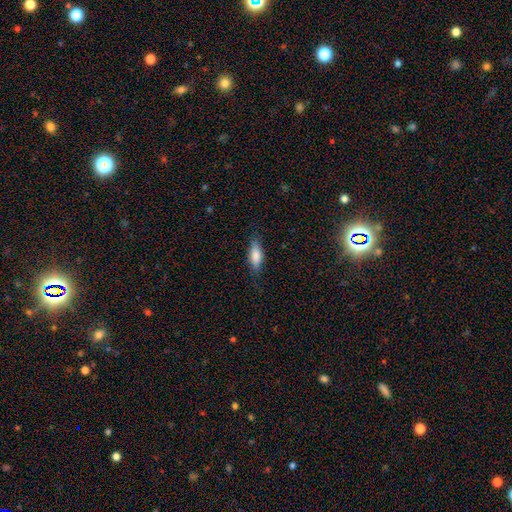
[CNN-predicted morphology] smooth_or_featured: smooth (p=0.78) [alt: featured or disk p=0.15]
how_rounded: in between (p=0.64) [alt: cigar-shaped p=0.33]
merging: none (p=0.80) [alt: minor disturbance p=0.15]